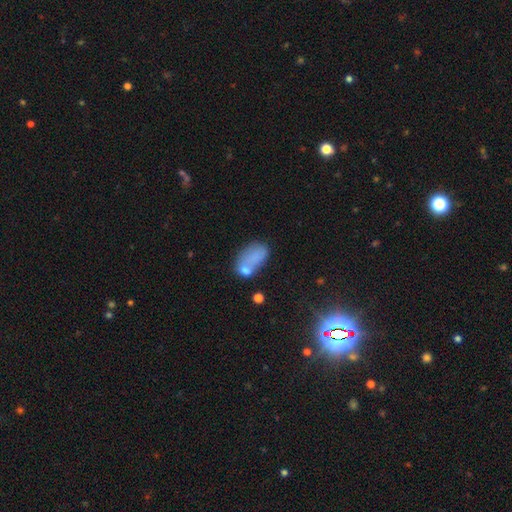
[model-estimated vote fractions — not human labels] Smooth or featured? Predicted: smooth (p=0.71). How rounded? Predicted: in between (p=0.91). Merging? Predicted: none (p=0.33).